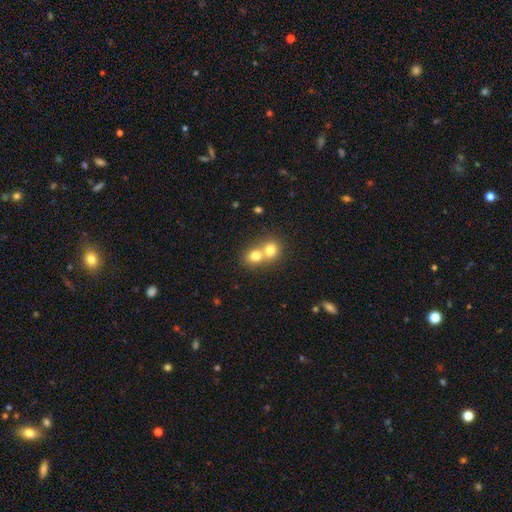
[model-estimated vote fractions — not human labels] A smooth galaxy with no disk features (74%) that is round (74%). Merging: merger (67%).